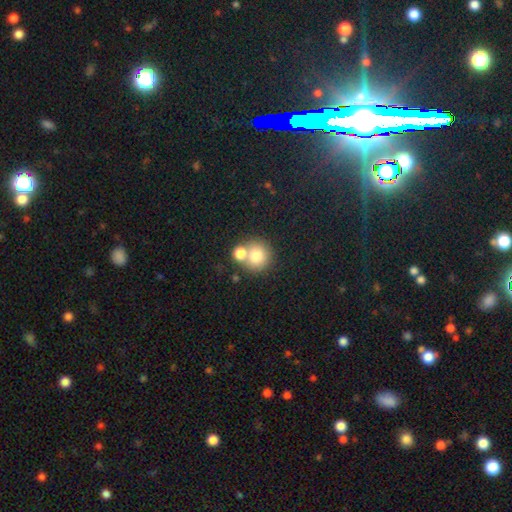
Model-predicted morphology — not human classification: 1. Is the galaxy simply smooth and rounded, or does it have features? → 77% smooth, 11% featured or disk, 11% star or artifact.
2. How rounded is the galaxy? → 89% round, 10% in between, 1% cigar-shaped.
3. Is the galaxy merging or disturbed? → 52% none, 38% merger, 7% minor disturbance, 3% major disturbance.